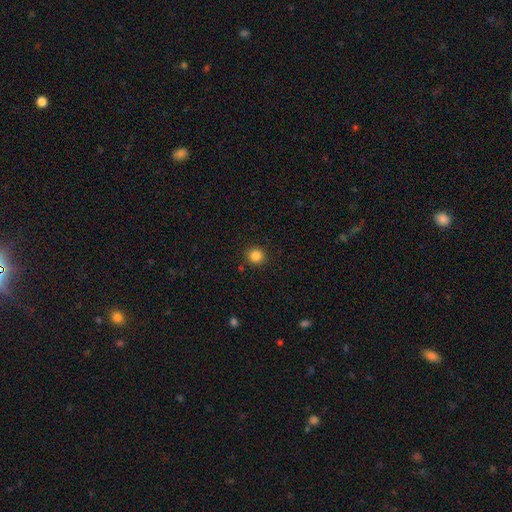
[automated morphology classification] A smooth galaxy with no disk features (85%) that is round (94%).

Vote fractions:
- Smooth or featured? smooth: 85% / star or artifact: 11% / featured or disk: 3%
- How rounded? round: 94% / in between: 5% / cigar-shaped: 1%
- Merging? none: 90% / minor disturbance: 6% / major disturbance: 2% / merger: 2%